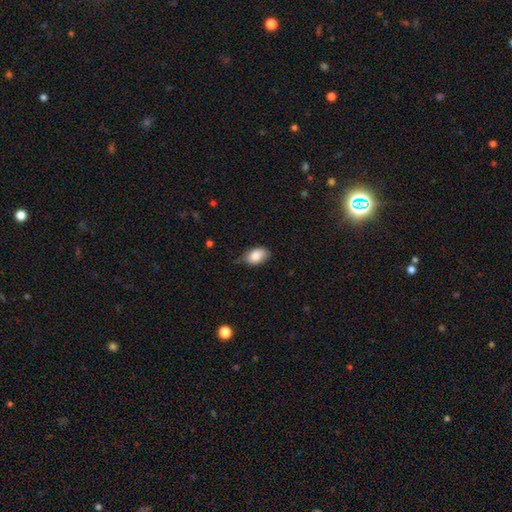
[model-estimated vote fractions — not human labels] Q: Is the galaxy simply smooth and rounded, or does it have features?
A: smooth — 84%.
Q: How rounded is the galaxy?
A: in between — 89%.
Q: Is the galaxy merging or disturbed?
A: none — 63%.